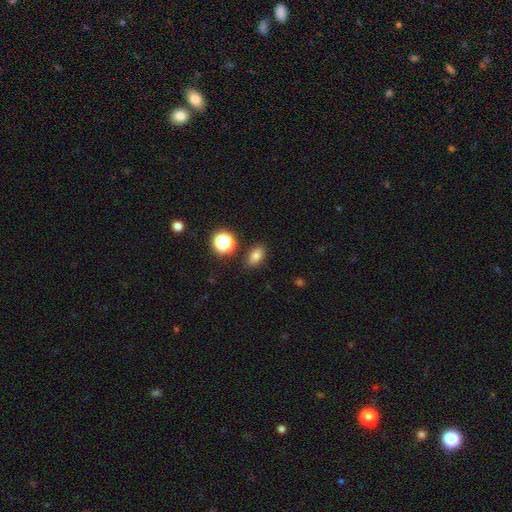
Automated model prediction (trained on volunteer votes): Smooth or featured: smooth — 78% (star or artifact — 14%)
How rounded: in between — 82% (round — 16%)
Merging: none — 85% (minor disturbance — 10%)